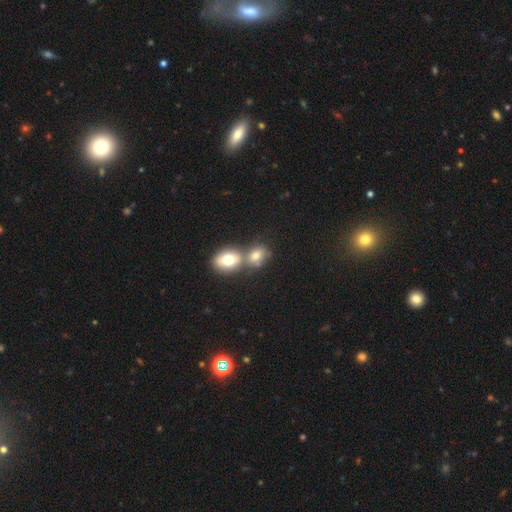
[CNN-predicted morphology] This appears to be a smooth galaxy with no disk features (74%) that is in between round and cigar-shaped (58%). Merging: merger (52%).